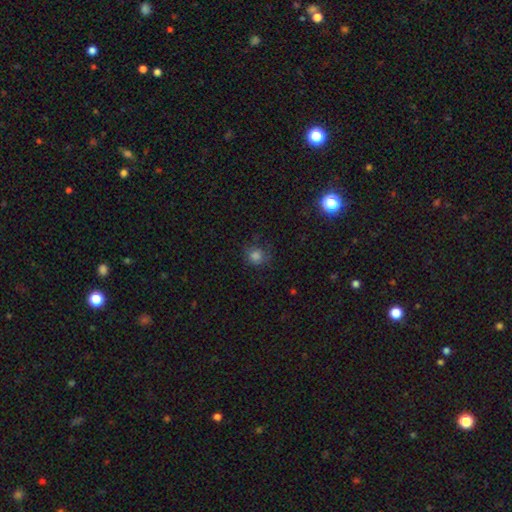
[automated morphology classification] Overall: smooth (76%). How rounded: round (87%). Merging: none (71%).